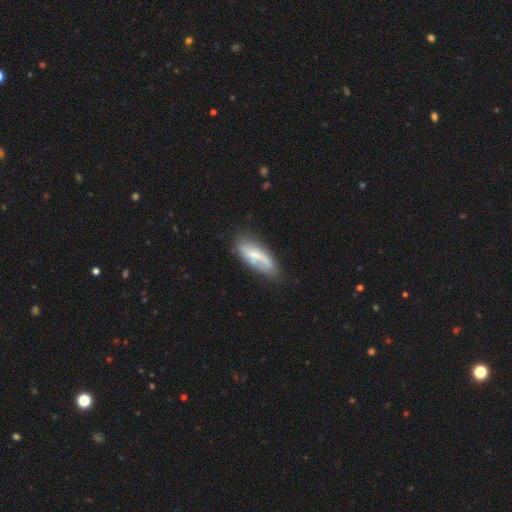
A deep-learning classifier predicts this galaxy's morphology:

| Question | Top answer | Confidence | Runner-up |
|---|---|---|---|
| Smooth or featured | featured or disk | 48% | smooth (45%) |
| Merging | none | 56% | minor disturbance (27%) |